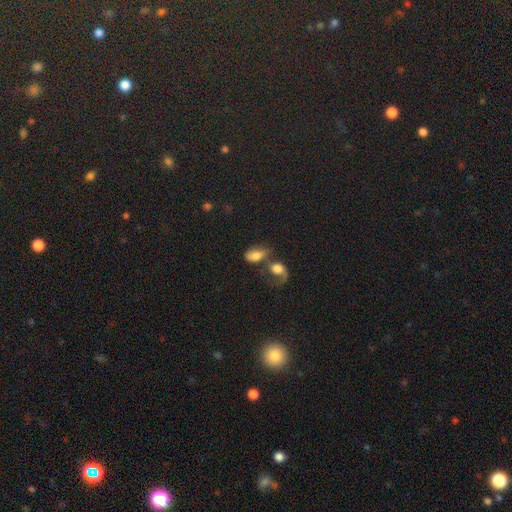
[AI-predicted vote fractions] This is likely a smooth galaxy (66%). How rounded: clearly in between (86%). Merging: possibly merger (58%).